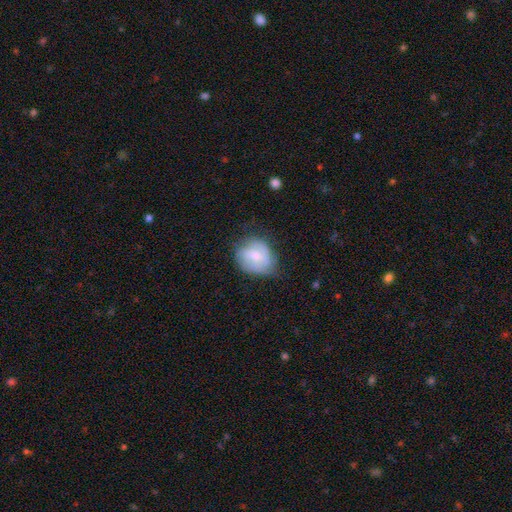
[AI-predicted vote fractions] Morphology: type=smooth (52%); roundness=round (63%); merging=none (59%).